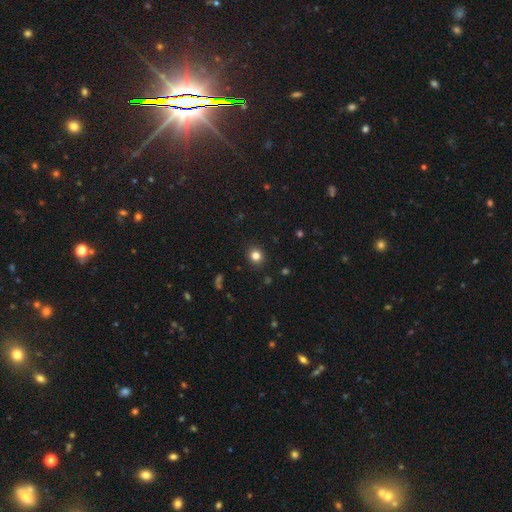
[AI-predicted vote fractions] Q: Smooth or featured?
A: smooth (81%); runner-up: star or artifact (13%)
Q: How rounded?
A: round (85%); runner-up: in between (14%)
Q: Merging?
A: none (91%); runner-up: minor disturbance (6%)